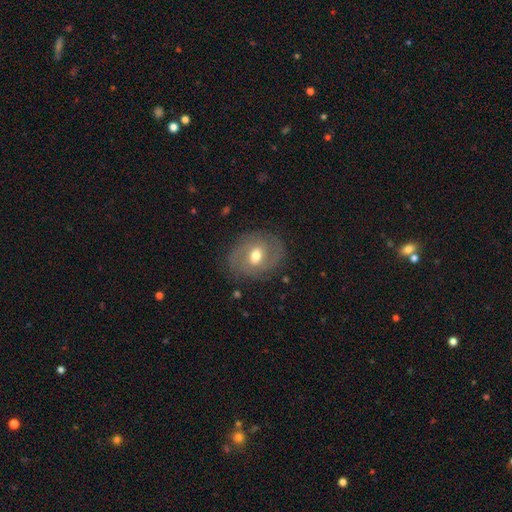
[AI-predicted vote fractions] This appears to be a featured or disk galaxy (60%) with a weak bar (50%), spiral arms (70%) and a moderate central bulge (74%). Merging: none (79%).